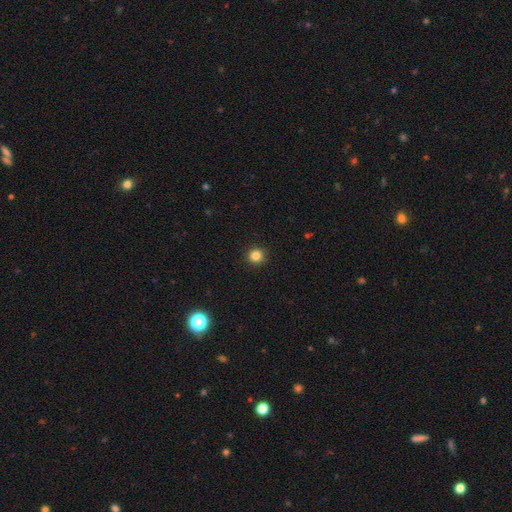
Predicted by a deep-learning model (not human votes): Smooth or featured: smooth — 83% (star or artifact — 12%)
How rounded: round — 94% (in between — 5%)
Merging: none — 92% (minor disturbance — 6%)